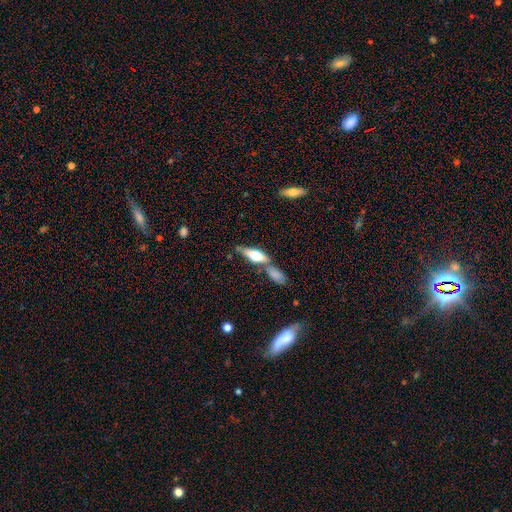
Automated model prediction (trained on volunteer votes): smooth_or_featured: smooth (p=0.48) [alt: featured or disk p=0.45]
merging: none (p=0.55) [alt: merger p=0.27]